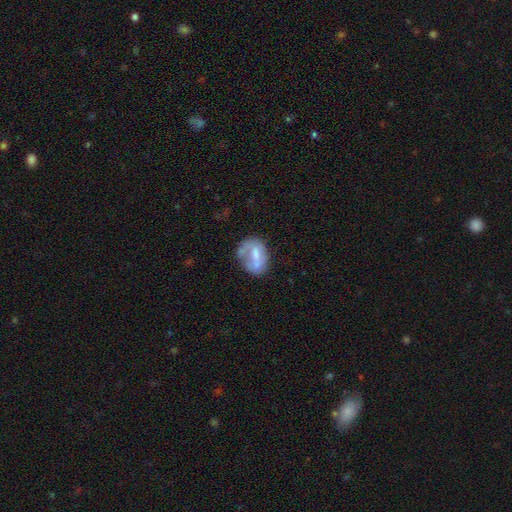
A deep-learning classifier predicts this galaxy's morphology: Smooth or featured? smooth (48%)
Merging? none (44%)